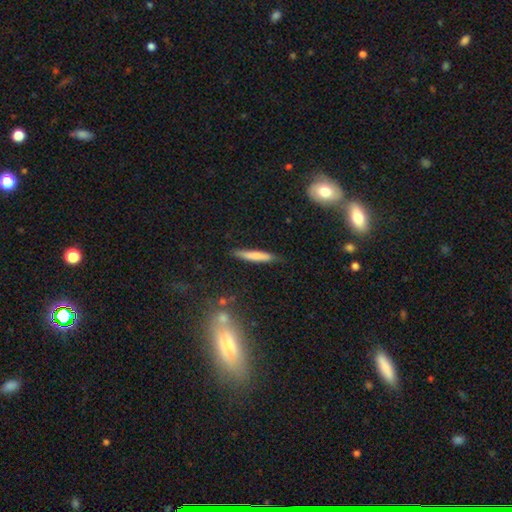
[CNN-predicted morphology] Q: Smooth or featured?
A: smooth (74%); runner-up: featured or disk (19%)
Q: How rounded?
A: cigar-shaped (92%); runner-up: in between (6%)
Q: Merging?
A: none (84%); runner-up: minor disturbance (12%)